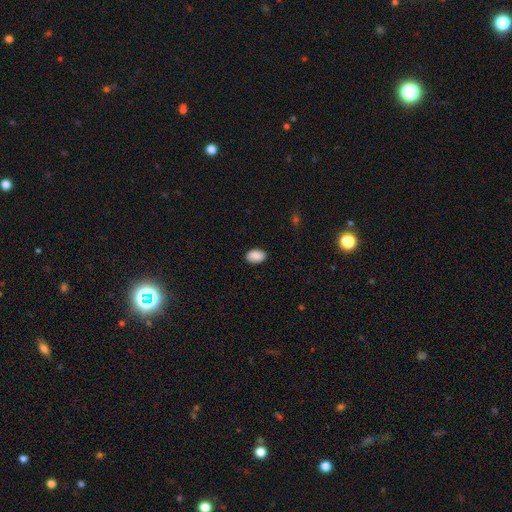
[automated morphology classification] The model was most divided on "merging": none: 88%, minor disturbance: 9%, major disturbance: 2%, merger: 1%. More confident: how rounded — in between (91%); smooth or featured — smooth (89%).